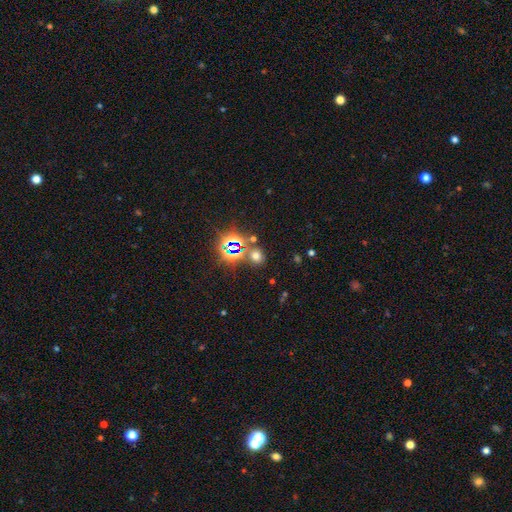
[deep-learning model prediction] This appears to be a smooth galaxy with no disk features (54%) that is round (72%). Merging: none (77%).